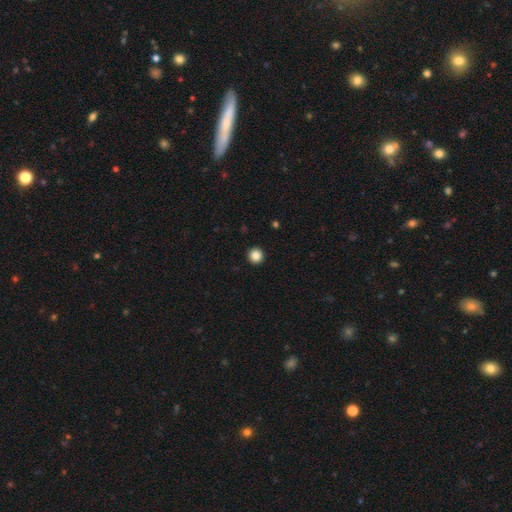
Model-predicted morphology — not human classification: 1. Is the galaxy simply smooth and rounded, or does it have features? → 86% smooth, 10% star or artifact, 3% featured or disk.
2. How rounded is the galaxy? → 96% round, 3% in between, 1% cigar-shaped.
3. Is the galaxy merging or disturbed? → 94% none, 4% minor disturbance, 1% major disturbance, 1% merger.